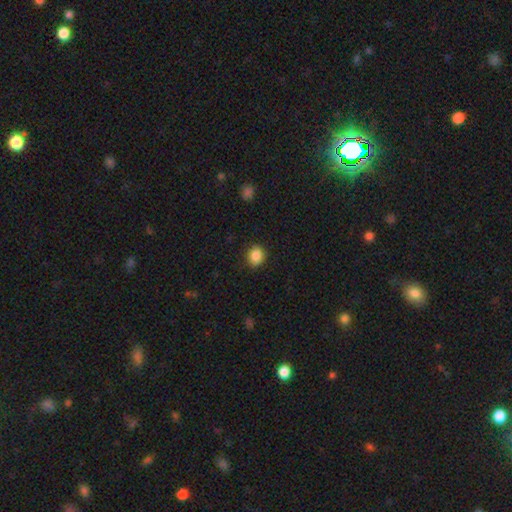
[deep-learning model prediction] This appears to be a smooth galaxy with no disk features (88%) that is round (69%). Merging: none (88%).